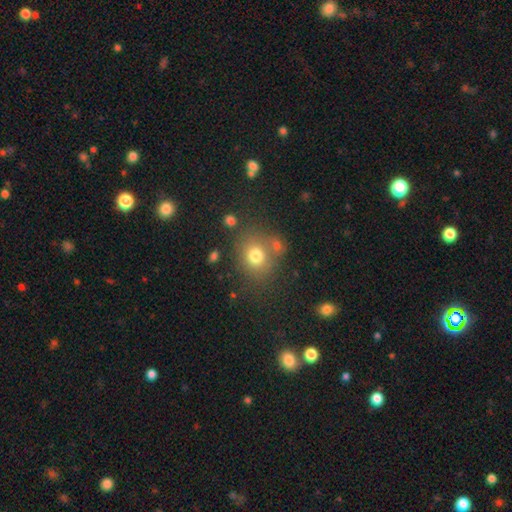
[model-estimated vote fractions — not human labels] A smooth galaxy with no disk features (75%) that is round (71%).

Vote fractions:
- Smooth or featured? smooth: 75% / star or artifact: 15% / featured or disk: 11%
- How rounded? round: 71% / in between: 28% / cigar-shaped: 1%
- Merging? none: 69% / minor disturbance: 13% / merger: 12% / major disturbance: 6%